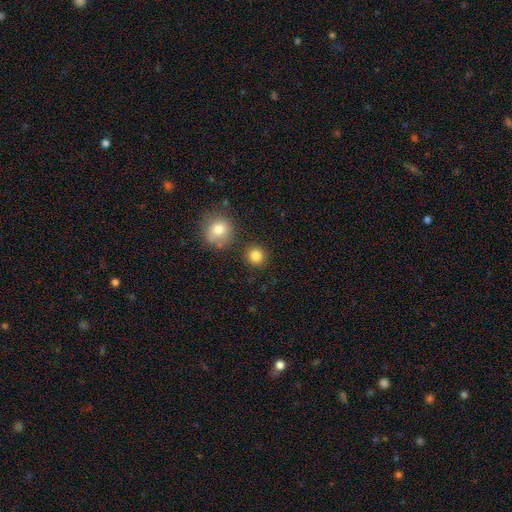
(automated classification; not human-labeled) smooth 84%, star or artifact 11%, featured or disk 5%. Down the decision tree: how rounded — round (91%); merging — none (86%).